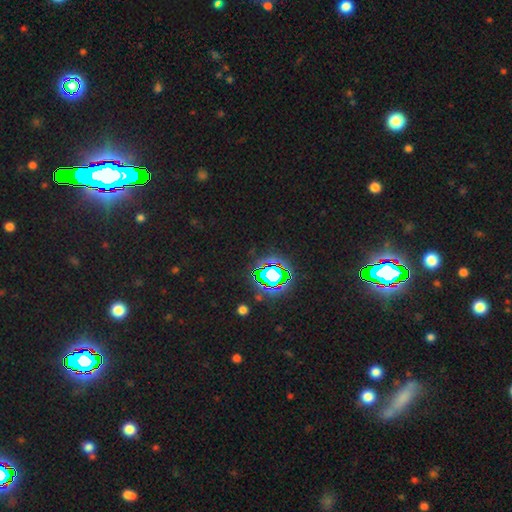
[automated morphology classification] star or artifact 81%, smooth 11%, featured or disk 8%.